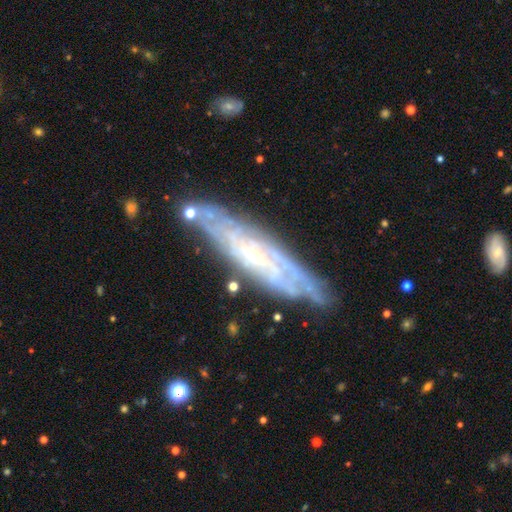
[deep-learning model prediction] This is likely a featured or disk galaxy (79%). It is likely not viewed edge-on (63%). Merging: likely none (77%).